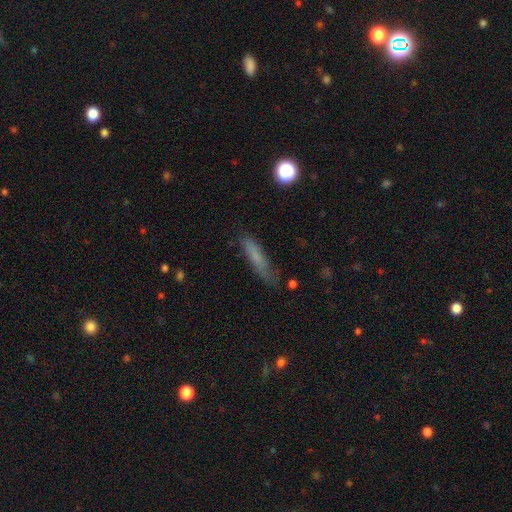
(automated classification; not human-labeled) Smooth or featured? Predicted: smooth (p=0.69). How rounded? Predicted: cigar-shaped (p=0.82). Merging? Predicted: none (p=0.71).